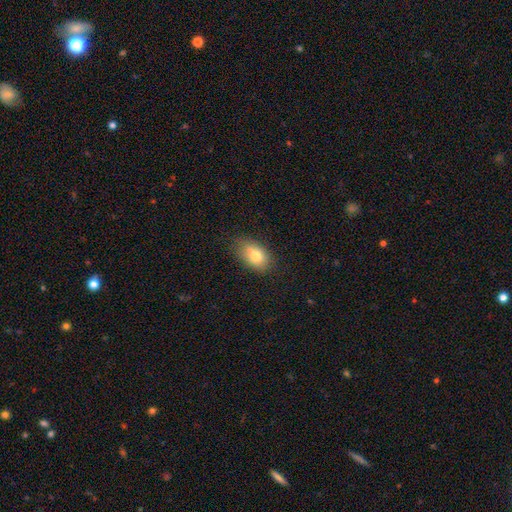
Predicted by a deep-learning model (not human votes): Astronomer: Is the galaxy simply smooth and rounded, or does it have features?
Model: smooth — 75%.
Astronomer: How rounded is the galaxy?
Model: in between — 86%.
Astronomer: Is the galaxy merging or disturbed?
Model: none — 64%.